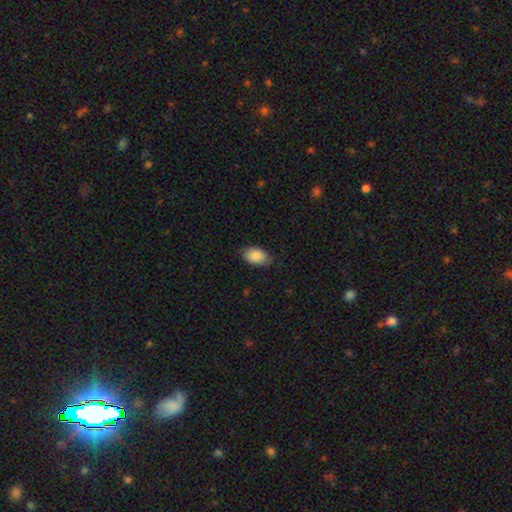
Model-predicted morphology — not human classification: A smooth galaxy with no disk features (86%) that is in between round and cigar-shaped (90%). Merging: none (79%).